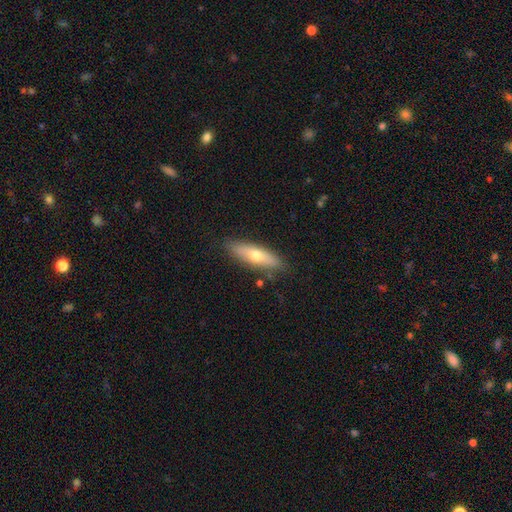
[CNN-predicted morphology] type=smooth (57%); roundness=cigar-shaped (54%); merging=none (85%).